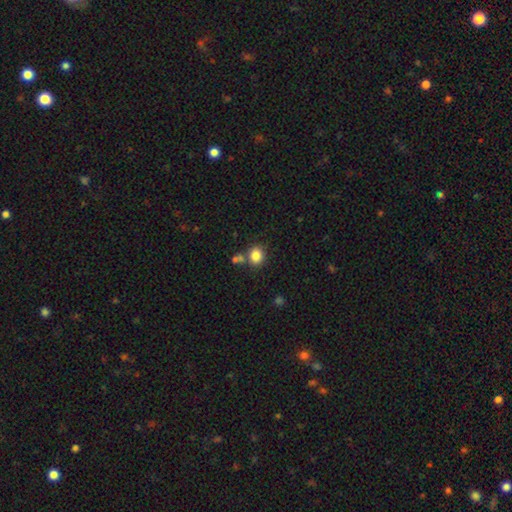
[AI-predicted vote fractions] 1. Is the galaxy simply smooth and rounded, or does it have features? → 84% smooth, 10% star or artifact, 6% featured or disk.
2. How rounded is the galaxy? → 71% round, 28% in between, 1% cigar-shaped.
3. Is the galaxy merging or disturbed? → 70% none, 15% merger, 11% minor disturbance, 4% major disturbance.